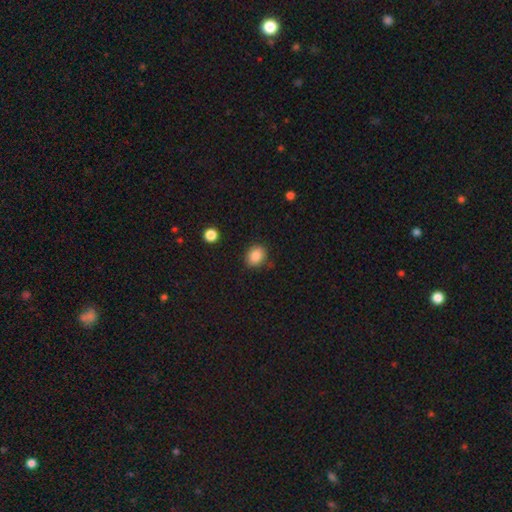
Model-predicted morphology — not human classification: Overall: smooth (86%). How rounded: round (51%; in between 48%). Merging: none (82%).